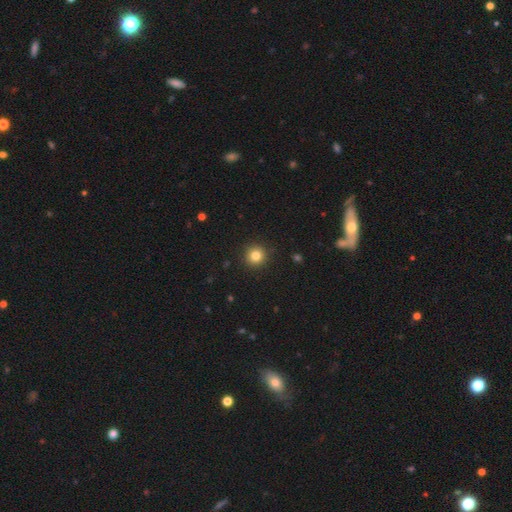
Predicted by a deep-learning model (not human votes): Smooth or featured? smooth (82%)
How rounded? round (95%)
Merging? none (92%)